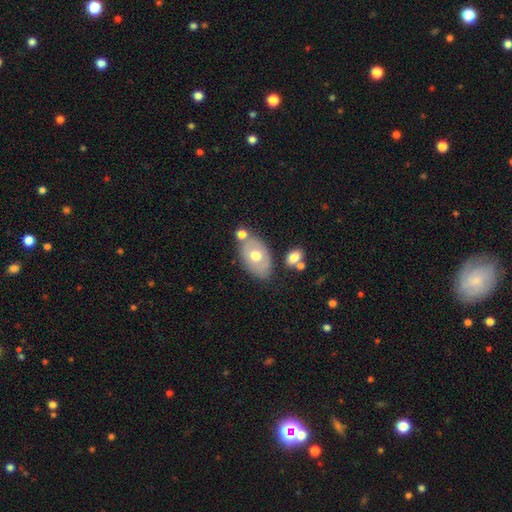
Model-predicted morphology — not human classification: This is possibly a smooth galaxy (57%). How rounded: clearly in between (89%). Merging: likely none (63%).